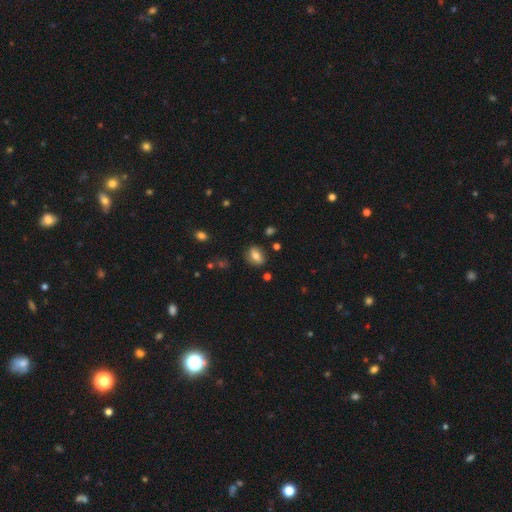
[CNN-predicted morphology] type=smooth (72%); roundness=in between (68%); merging=none (81%).